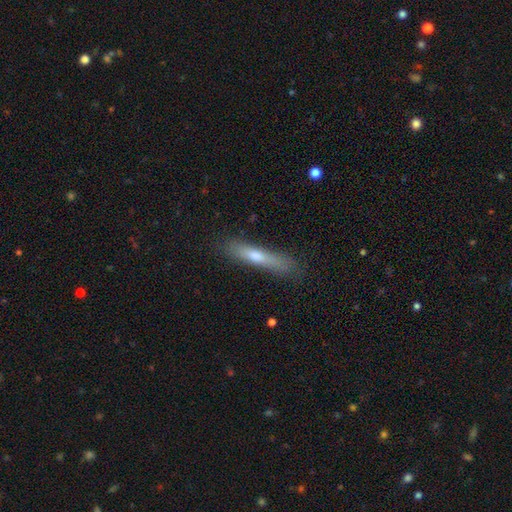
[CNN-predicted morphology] Smooth or featured? smooth (63%)
How rounded? cigar-shaped (88%)
Merging? none (77%)